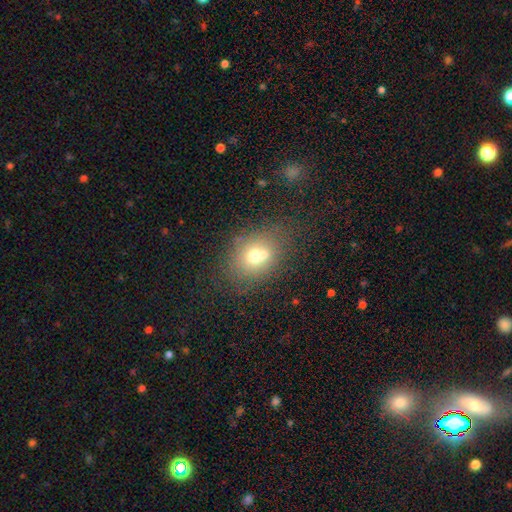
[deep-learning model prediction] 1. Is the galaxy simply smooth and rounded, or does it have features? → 63% smooth, 23% featured or disk, 14% star or artifact.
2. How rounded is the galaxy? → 52% round, 46% in between, 1% cigar-shaped.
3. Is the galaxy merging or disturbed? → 45% none, 37% merger, 12% minor disturbance, 5% major disturbance.